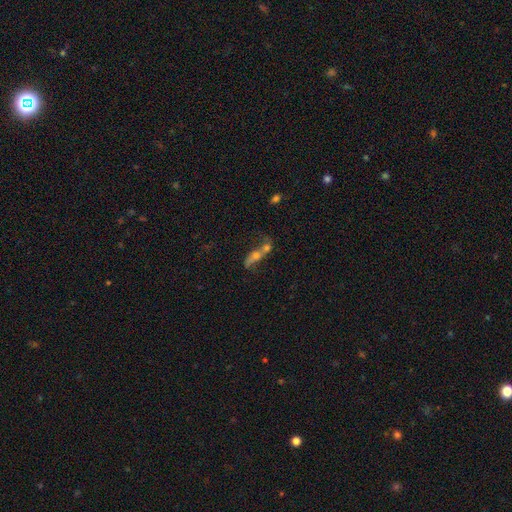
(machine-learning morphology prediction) featured or disk 45%, smooth 41%, star or artifact 14%. Down the decision tree: merging — merger (57%).